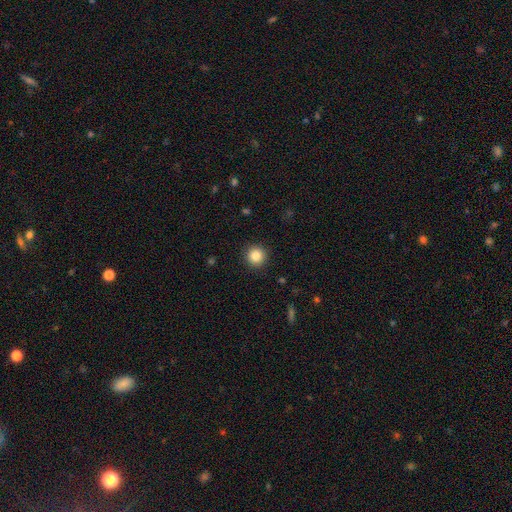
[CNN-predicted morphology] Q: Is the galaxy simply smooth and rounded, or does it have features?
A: smooth — 86%.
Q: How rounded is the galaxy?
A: round — 95%.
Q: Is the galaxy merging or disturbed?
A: none — 92%.